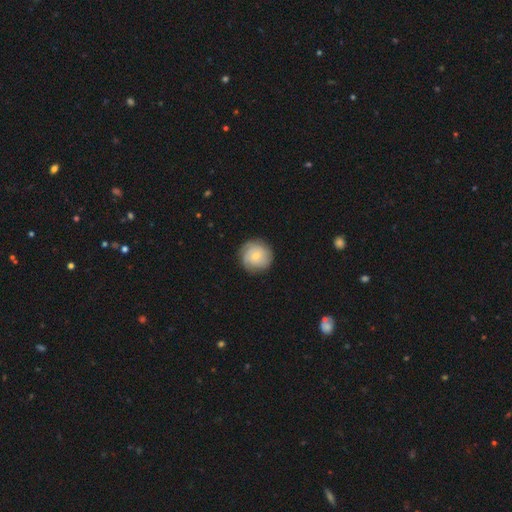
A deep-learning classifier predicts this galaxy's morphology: This appears to be a smooth galaxy with no disk features (52%) that is round (93%). Merging: none (83%).